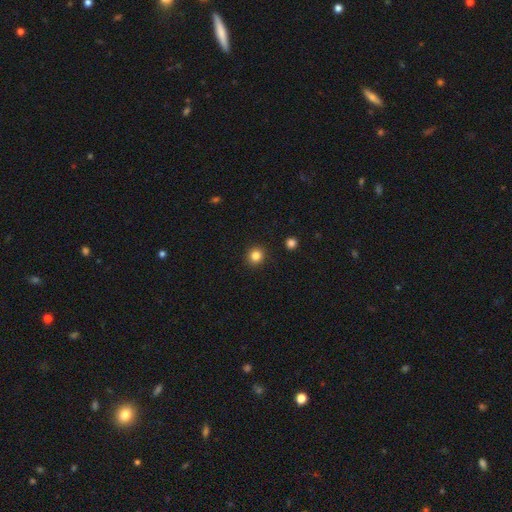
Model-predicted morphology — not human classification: Smooth or featured: smooth — 84% (star or artifact — 11%)
How rounded: round — 88% (in between — 11%)
Merging: none — 92% (minor disturbance — 5%)